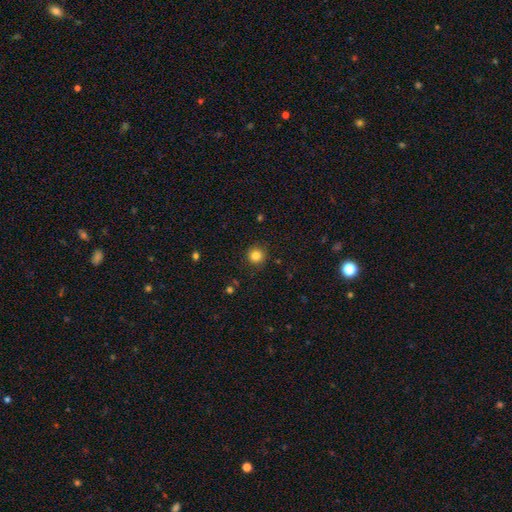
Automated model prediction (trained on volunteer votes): This appears to be a smooth galaxy with no disk features (84%) that is round (94%). Merging: none (89%).